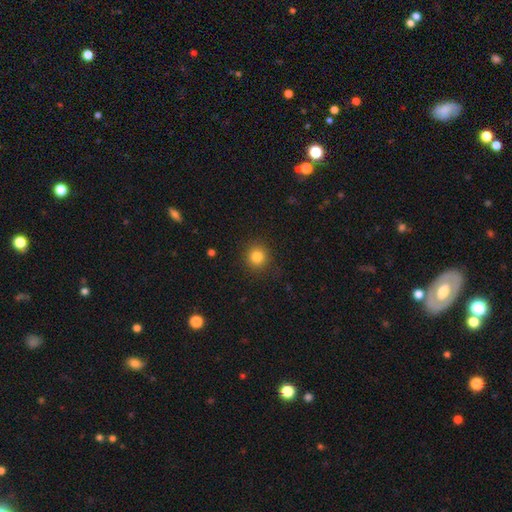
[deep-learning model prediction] This appears to be a smooth galaxy with no disk features (83%) that is round (92%). Merging: none (90%).